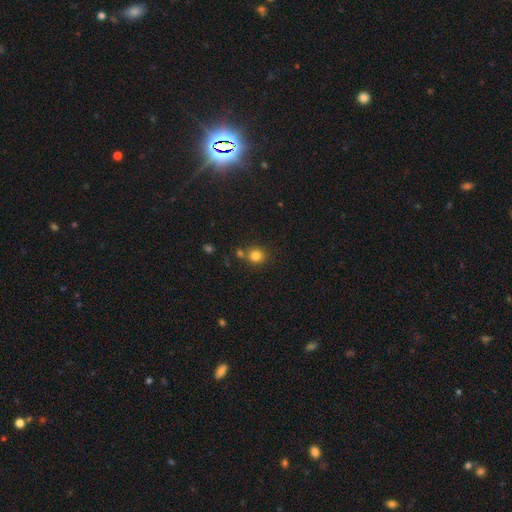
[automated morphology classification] type=smooth (81%); roundness=round (82%); merging=none (69%).